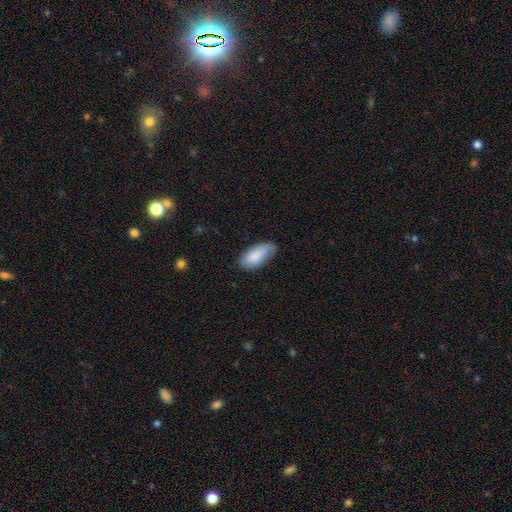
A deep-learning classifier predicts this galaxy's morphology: Smooth or featured: smooth — 83% (featured or disk — 11%)
How rounded: in between — 92% (cigar-shaped — 6%)
Merging: none — 66% (minor disturbance — 27%)